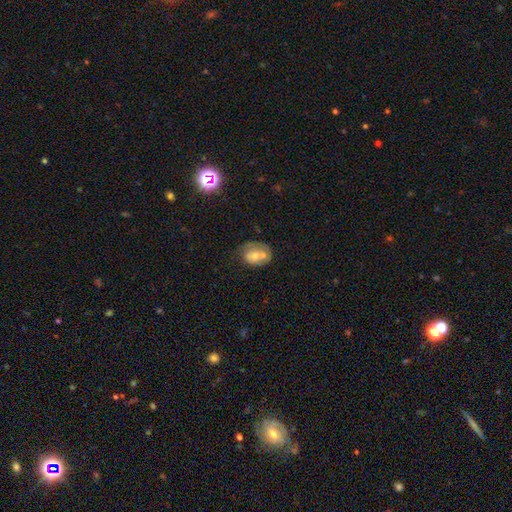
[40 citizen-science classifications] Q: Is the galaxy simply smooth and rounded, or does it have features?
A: smooth — 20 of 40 (50%).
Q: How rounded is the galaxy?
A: in between — 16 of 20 (80%).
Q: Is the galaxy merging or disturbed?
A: merger — 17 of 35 (49%).